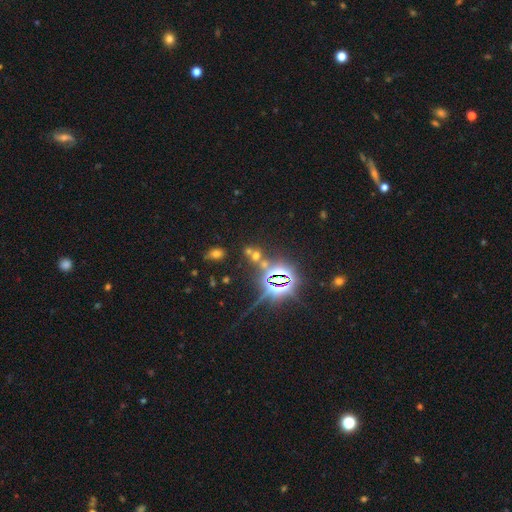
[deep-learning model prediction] Overall: star or artifact (59%; smooth 30%).